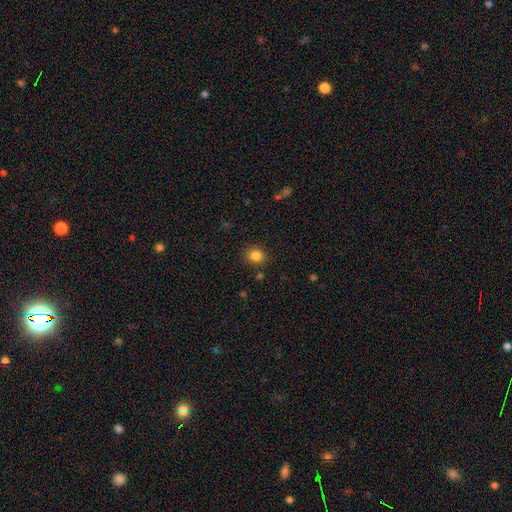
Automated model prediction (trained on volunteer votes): Q: Smooth or featured?
A: smooth (84%); runner-up: star or artifact (12%)
Q: How rounded?
A: round (75%); runner-up: in between (24%)
Q: Merging?
A: none (87%); runner-up: minor disturbance (8%)